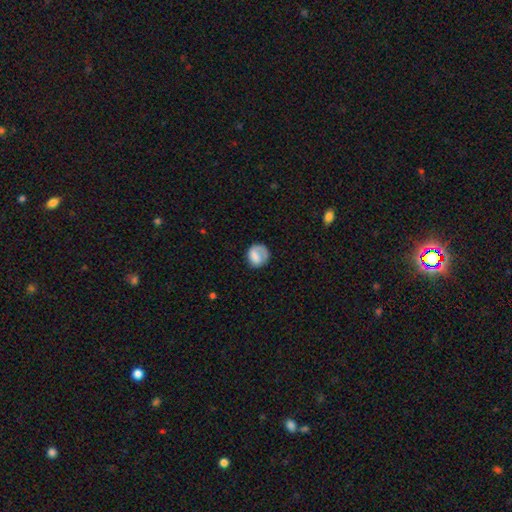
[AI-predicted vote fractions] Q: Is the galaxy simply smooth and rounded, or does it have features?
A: smooth — 67%.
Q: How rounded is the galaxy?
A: round — 77%.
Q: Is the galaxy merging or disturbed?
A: none — 59%.